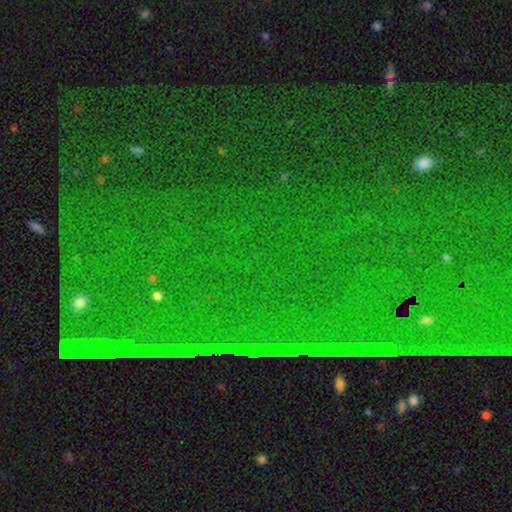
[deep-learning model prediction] The model was most divided on "smooth or featured": star or artifact: 82%, smooth: 10%, featured or disk: 8%.